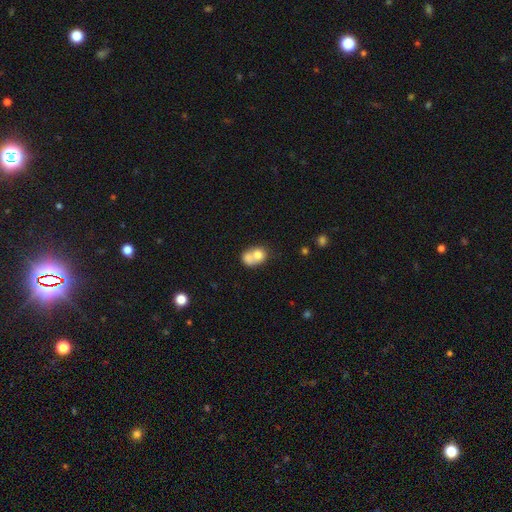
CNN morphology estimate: The model was most divided on "how rounded": round: 50%, in between: 49%, cigar-shaped: 1%. More confident: smooth or featured — smooth (72%); merging — merger (66%).